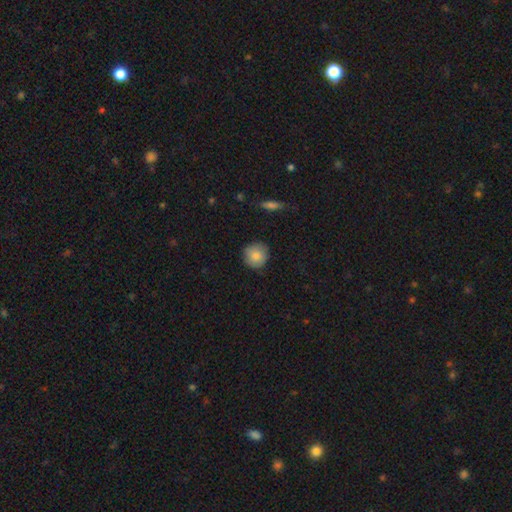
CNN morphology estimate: This is clearly a smooth galaxy (84%). How rounded: clearly round (93%). Merging: clearly none (85%).